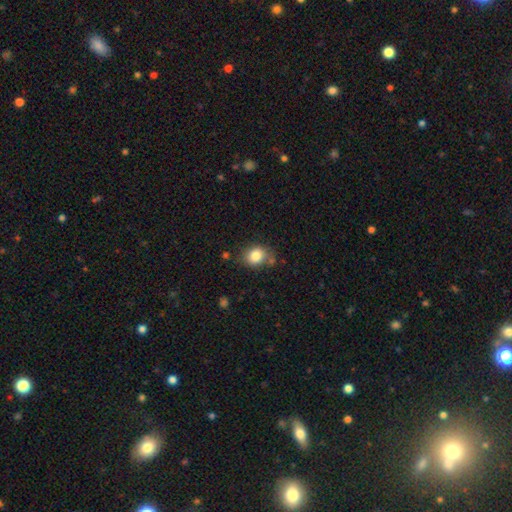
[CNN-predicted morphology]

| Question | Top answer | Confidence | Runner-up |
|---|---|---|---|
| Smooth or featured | smooth | 83% | star or artifact (10%) |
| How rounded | round | 57% | in between (42%) |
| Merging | none | 70% | minor disturbance (18%) |